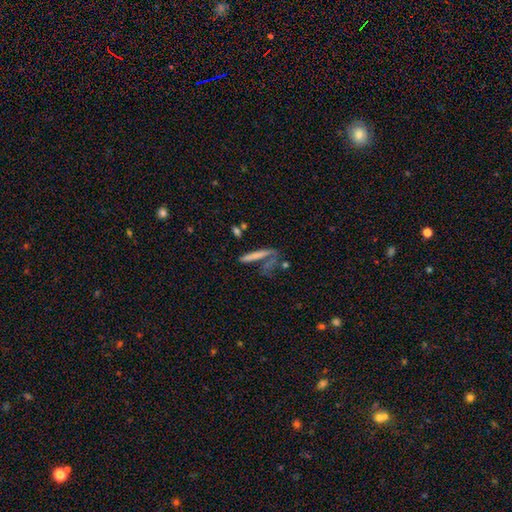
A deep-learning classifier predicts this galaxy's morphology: type=smooth (61%); roundness=cigar-shaped (89%); merging=none (48%).